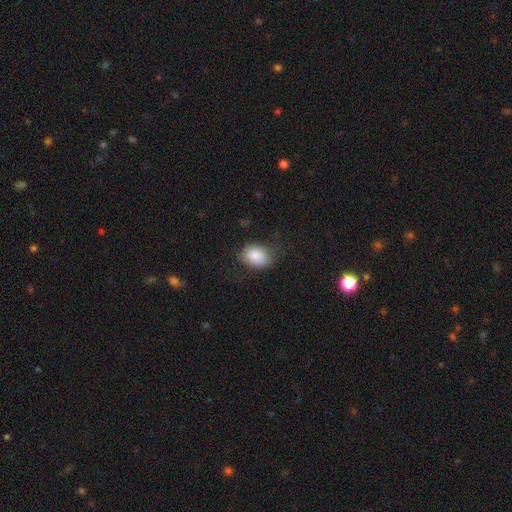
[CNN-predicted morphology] Smooth or featured? smooth (86%)
How rounded? in between (70%)
Merging? none (68%)